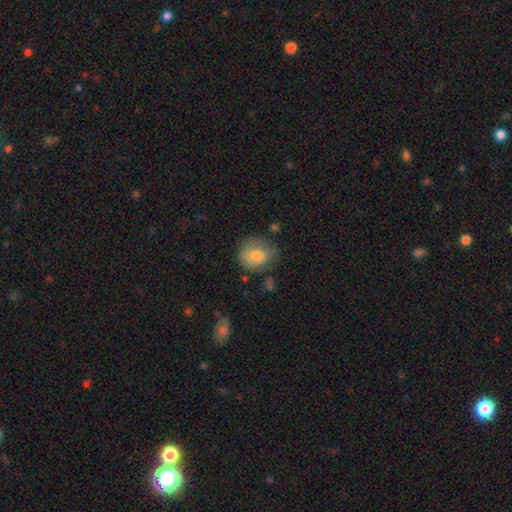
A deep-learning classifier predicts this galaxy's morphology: This is likely a smooth galaxy (74%). How rounded: likely round (71%). Merging: likely none (61%).